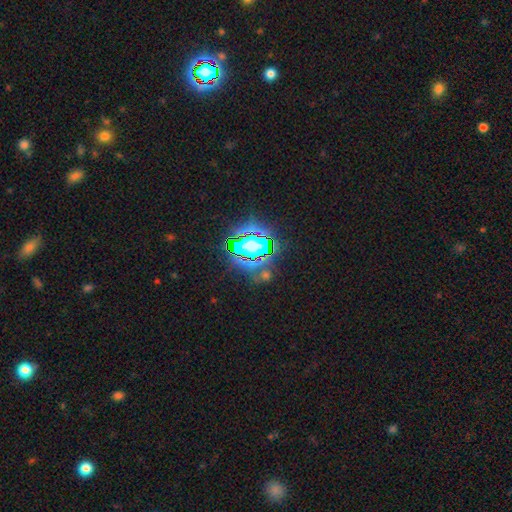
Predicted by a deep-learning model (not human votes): smooth-or-featured: star or artifact: 81% | smooth: 12% | featured or disk: 7%